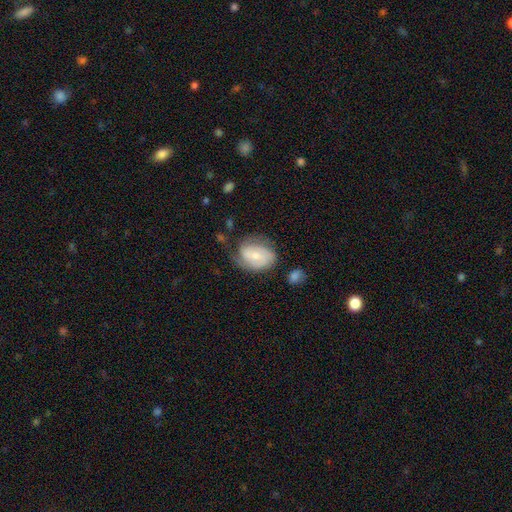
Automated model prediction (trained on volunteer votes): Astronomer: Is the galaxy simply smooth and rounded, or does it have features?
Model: featured or disk — 57% (runner-up: smooth, 36%).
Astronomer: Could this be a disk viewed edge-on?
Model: no — 97%.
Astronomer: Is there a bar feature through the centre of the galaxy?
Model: no — 66%.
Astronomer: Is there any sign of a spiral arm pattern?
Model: yes — 85%.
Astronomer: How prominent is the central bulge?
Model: small — 58% (runner-up: moderate, 35%).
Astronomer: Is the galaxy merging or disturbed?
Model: none — 52% (runner-up: minor disturbance, 28%).